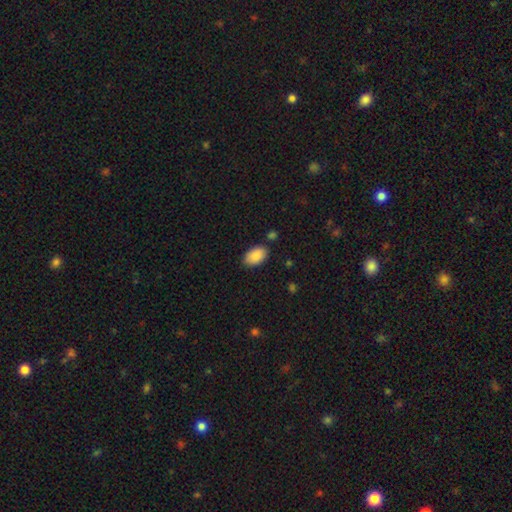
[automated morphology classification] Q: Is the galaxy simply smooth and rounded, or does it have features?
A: smooth — 88%.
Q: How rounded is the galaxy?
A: in between — 93%.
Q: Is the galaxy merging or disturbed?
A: none — 83%.